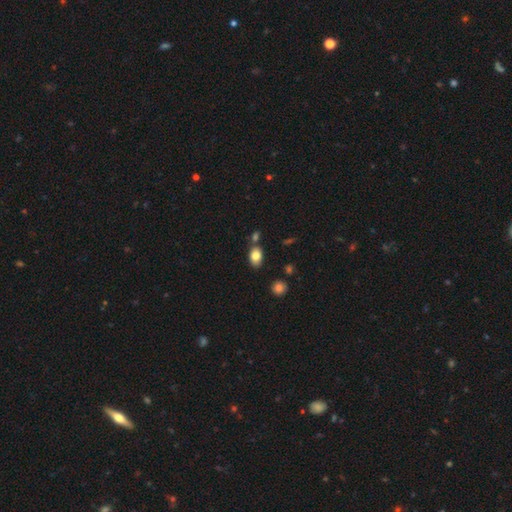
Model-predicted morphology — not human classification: smooth 83%, featured or disk 9%, star or artifact 9%. Down the decision tree: how rounded — in between (82%); merging — none (71%).